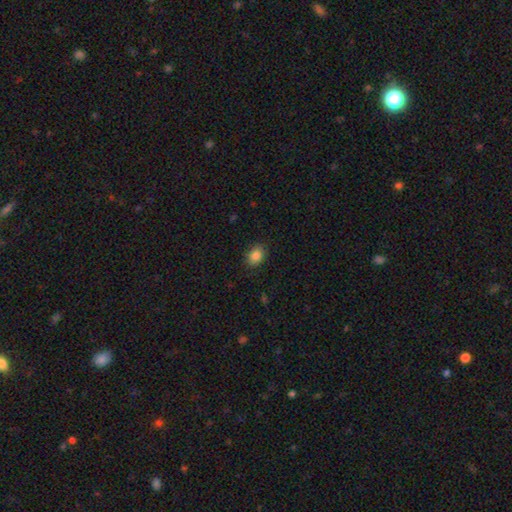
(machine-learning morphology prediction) Overall: smooth (86%). How rounded: in between (68%; round 31%). Merging: none (86%).